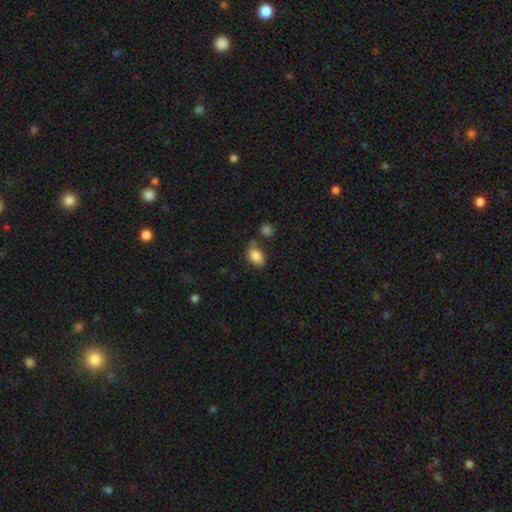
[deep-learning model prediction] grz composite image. It shows a smooth galaxy with no disk features (86%) that is in between round and cigar-shaped (86%). Merging: none (61%).